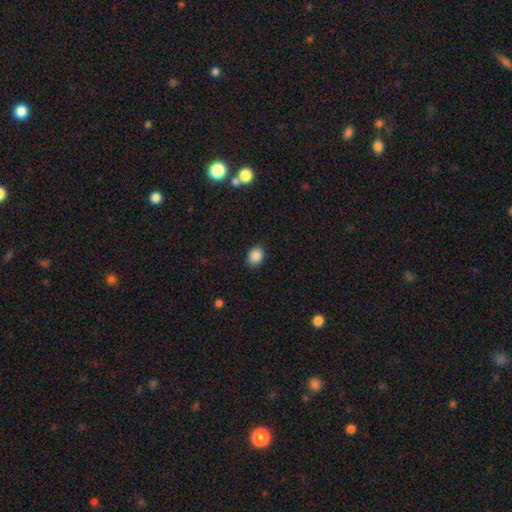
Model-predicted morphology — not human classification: Overall: smooth (87%). How rounded: in between (54%; round 45%). Merging: none (87%).